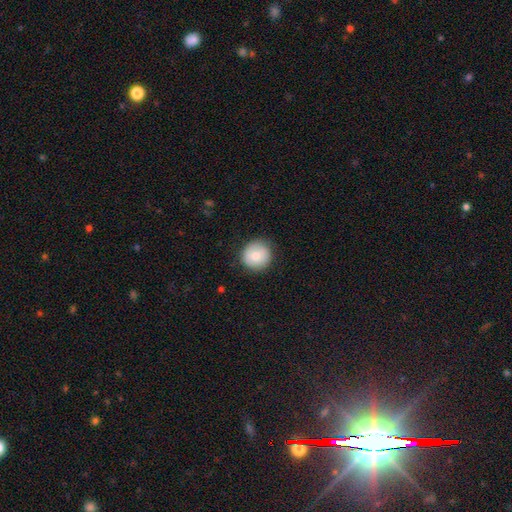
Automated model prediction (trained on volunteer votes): A smooth galaxy with no disk features (76%) that is round (92%). Merging: none (85%).